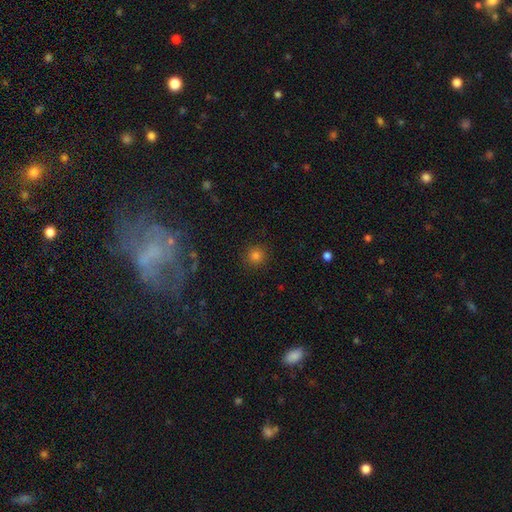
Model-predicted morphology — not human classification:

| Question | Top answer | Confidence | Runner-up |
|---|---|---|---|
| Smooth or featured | smooth | 80% | star or artifact (15%) |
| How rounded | round | 94% | in between (5%) |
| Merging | none | 90% | minor disturbance (6%) |